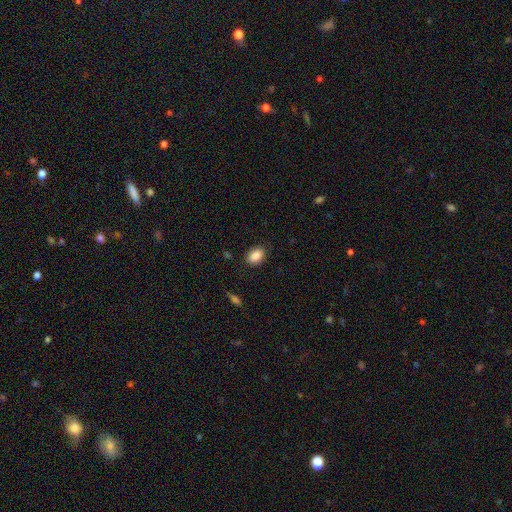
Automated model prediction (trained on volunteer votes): This appears to be a smooth galaxy with no disk features (88%) that is in between round and cigar-shaped (79%). Merging: none (86%).